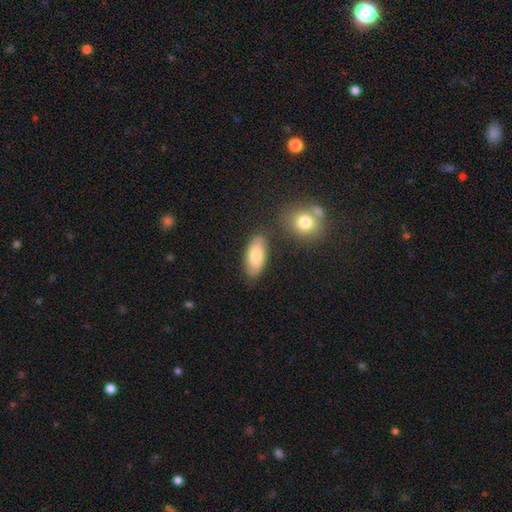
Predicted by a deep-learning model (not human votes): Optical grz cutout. It shows a smooth galaxy with no disk features (77%) that is in between round and cigar-shaped (87%). Merging: none (78%).